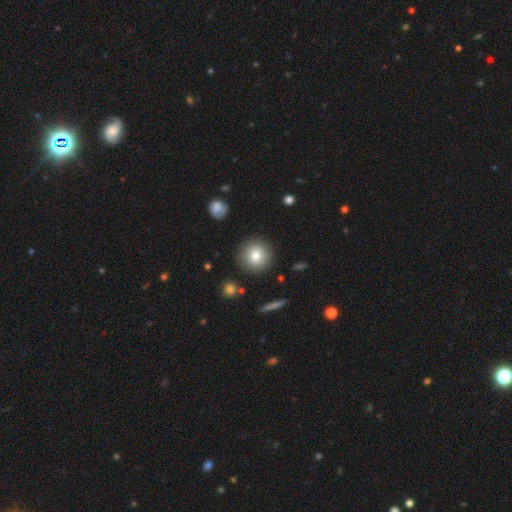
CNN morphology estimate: Smooth or featured? Predicted: smooth (p=0.79). How rounded? Predicted: round (p=0.94). Merging? Predicted: none (p=0.89).